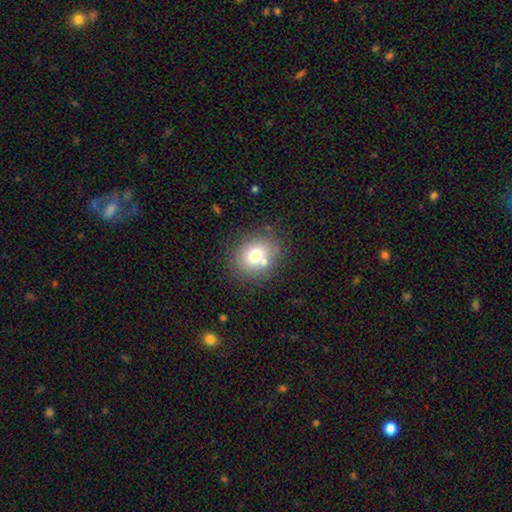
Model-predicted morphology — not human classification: Smooth or featured: smooth — 73% (featured or disk — 15%)
How rounded: round — 63% (in between — 37%)
Merging: none — 73% (minor disturbance — 12%)